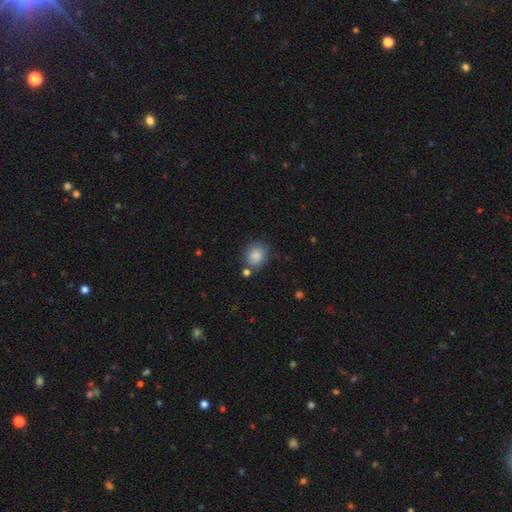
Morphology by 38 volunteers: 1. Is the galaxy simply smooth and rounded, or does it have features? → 92% smooth, 5% star or artifact, 3% featured or disk.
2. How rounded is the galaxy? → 74% round, 26% in between, 0% cigar-shaped.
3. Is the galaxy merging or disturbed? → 78% none, 11% minor disturbance, 6% major disturbance, 6% merger.